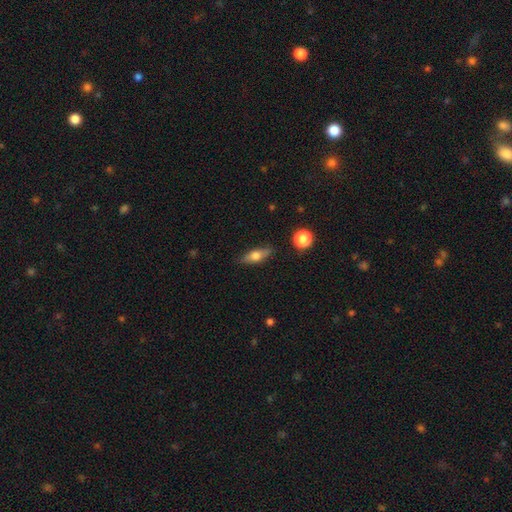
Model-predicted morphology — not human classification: Smooth or featured? smooth (57%)
How rounded? in between (56%)
Merging? none (83%)